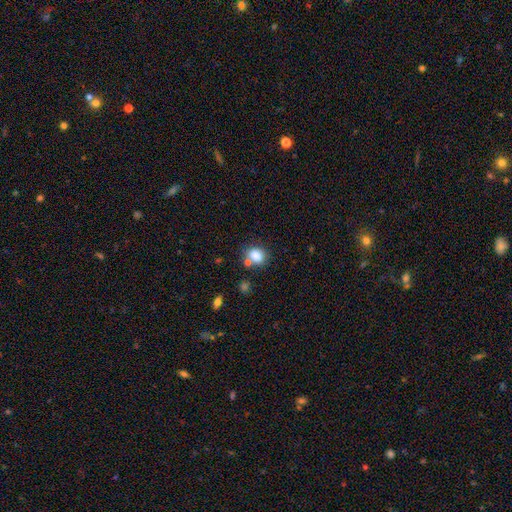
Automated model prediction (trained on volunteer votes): Q: Smooth or featured?
A: smooth (84%); runner-up: star or artifact (10%)
Q: How rounded?
A: in between (59%); runner-up: round (40%)
Q: Merging?
A: none (64%); runner-up: merger (16%)